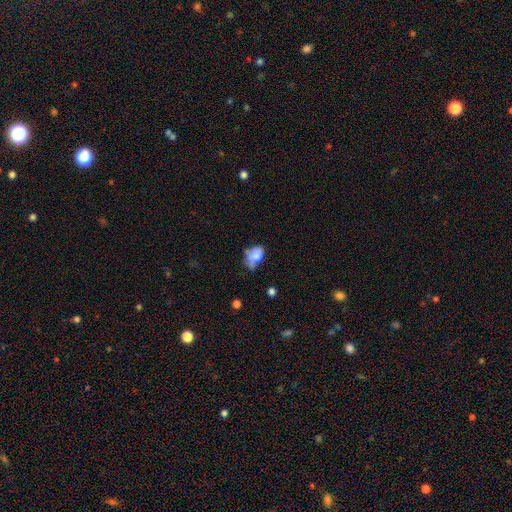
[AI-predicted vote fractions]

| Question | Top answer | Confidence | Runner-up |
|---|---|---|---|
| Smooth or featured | smooth | 72% | featured or disk (19%) |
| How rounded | in between | 83% | round (15%) |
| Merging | minor disturbance | 39% | none (29%) |